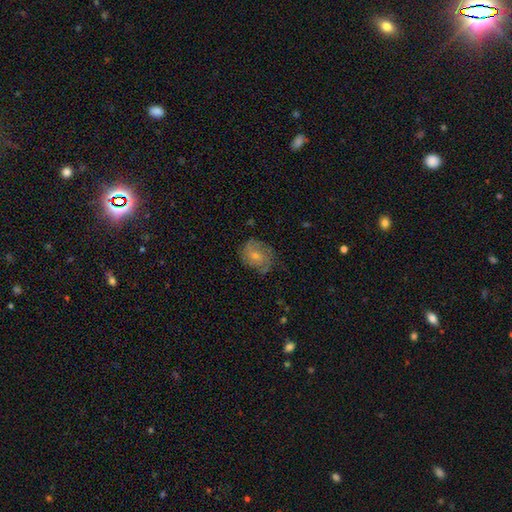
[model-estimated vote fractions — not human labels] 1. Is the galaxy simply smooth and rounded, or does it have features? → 48% smooth, 45% featured or disk, 8% star or artifact.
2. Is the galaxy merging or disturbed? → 63% none, 25% minor disturbance, 10% major disturbance, 1% merger.